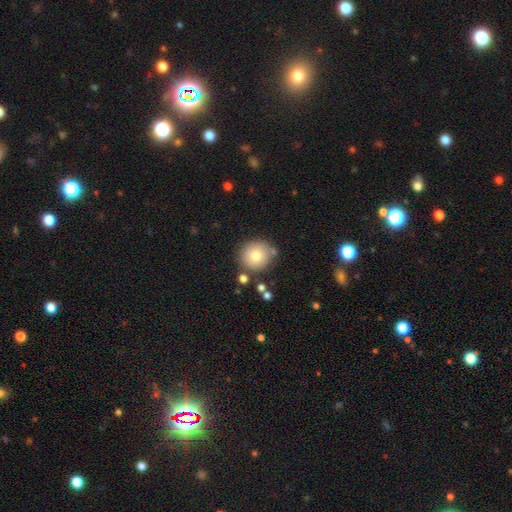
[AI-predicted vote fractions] Smooth or featured? smooth (79%)
How rounded? round (90%)
Merging? none (77%)